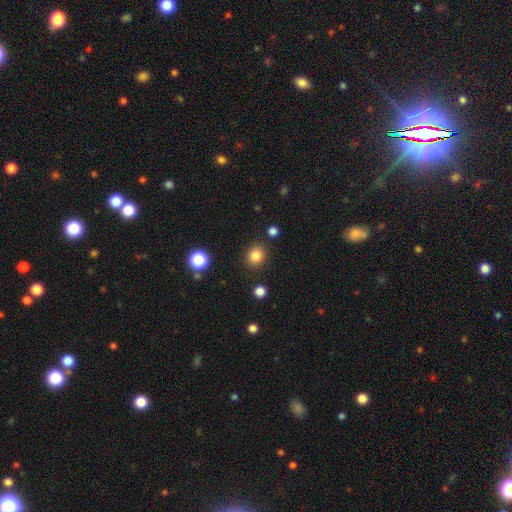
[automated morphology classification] A smooth galaxy with no disk features (84%) that is round (75%).

Vote fractions:
- Smooth or featured? smooth: 84% / star or artifact: 12% / featured or disk: 5%
- How rounded? round: 75% / in between: 24% / cigar-shaped: 1%
- Merging? none: 87% / minor disturbance: 8% / major disturbance: 3% / merger: 2%